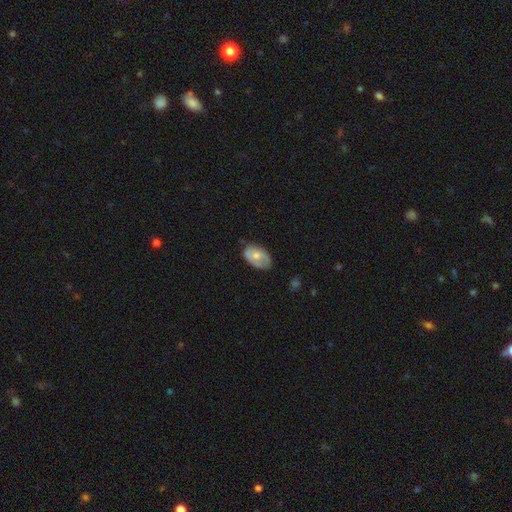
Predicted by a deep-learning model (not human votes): A smooth galaxy with no disk features (54%) that is in between round and cigar-shaped (91%). Merging: none (63%).